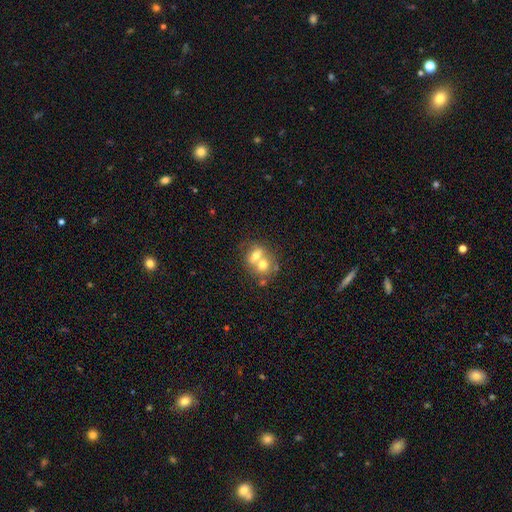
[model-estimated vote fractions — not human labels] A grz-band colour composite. It shows a smooth galaxy with no disk features (64%) that is round (56%). Merging: merger (66%).